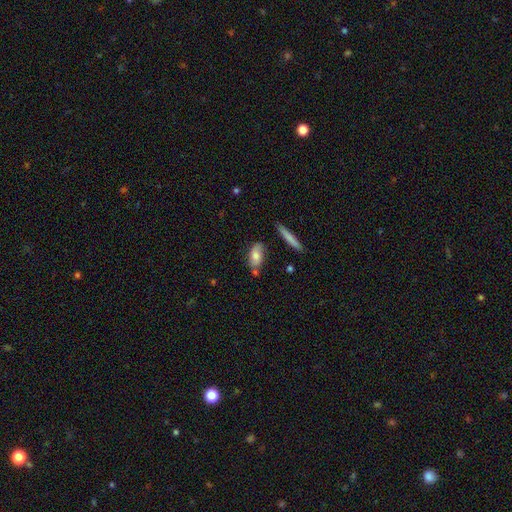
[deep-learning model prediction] This is likely a smooth galaxy (68%). How rounded: likely in between (78%). Merging: likely none (63%).